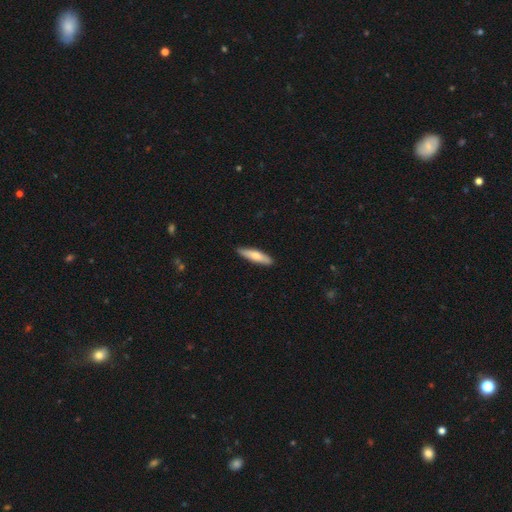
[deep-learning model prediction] Smooth or featured? Predicted: smooth (p=0.70). How rounded? Predicted: cigar-shaped (p=0.76). Merging? Predicted: none (p=0.87).